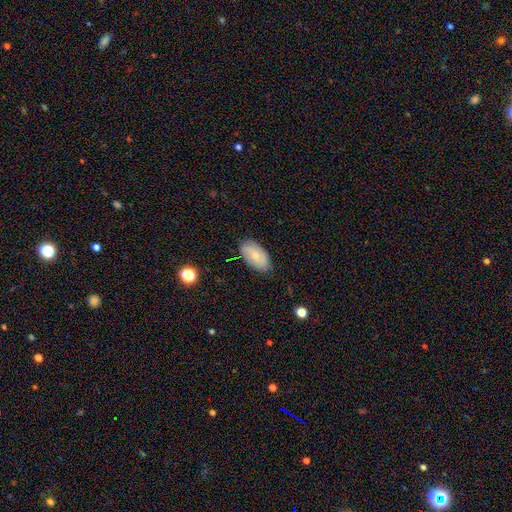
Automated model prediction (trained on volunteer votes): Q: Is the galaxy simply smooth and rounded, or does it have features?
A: smooth — 63%.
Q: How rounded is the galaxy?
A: in between — 94%.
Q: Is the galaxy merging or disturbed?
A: none — 80%.